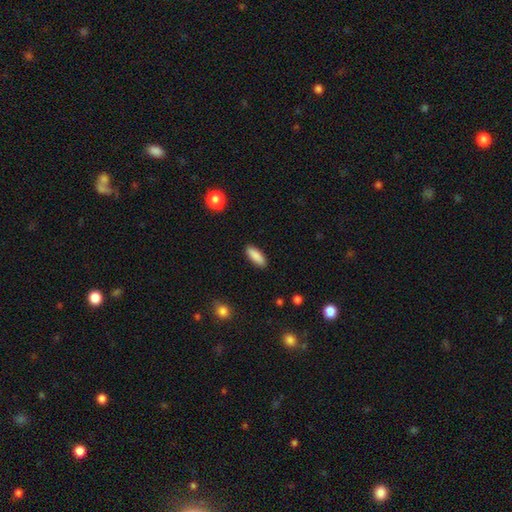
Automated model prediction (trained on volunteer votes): Morphology: type=smooth (89%); roundness=in between (67%); merging=none (90%).